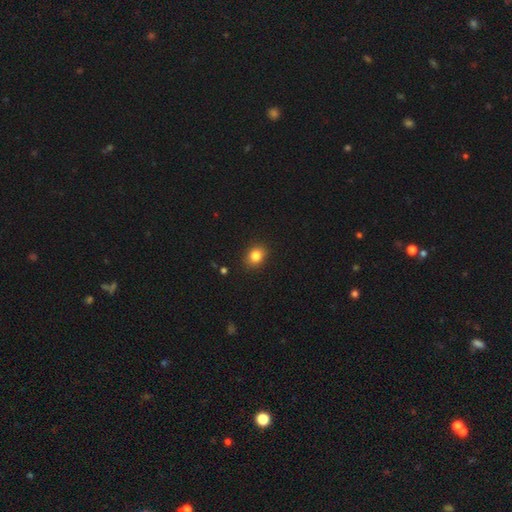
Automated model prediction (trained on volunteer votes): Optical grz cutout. It shows a smooth galaxy with no disk features (84%) that is round (50%). Merging: none (89%).